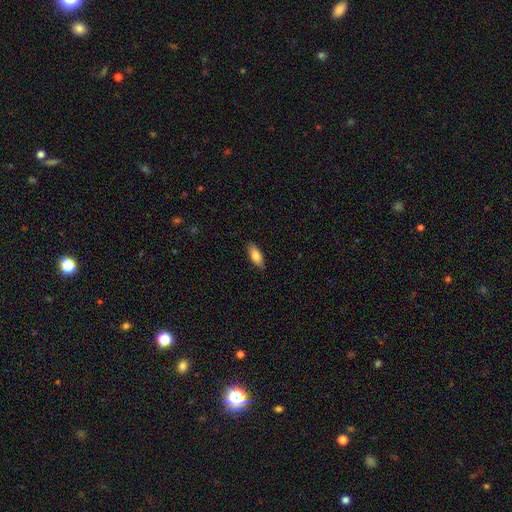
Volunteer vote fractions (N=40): This appears to be a smooth galaxy with no disk features (85%) that is in between round and cigar-shaped (82%). Merging: none (89%).